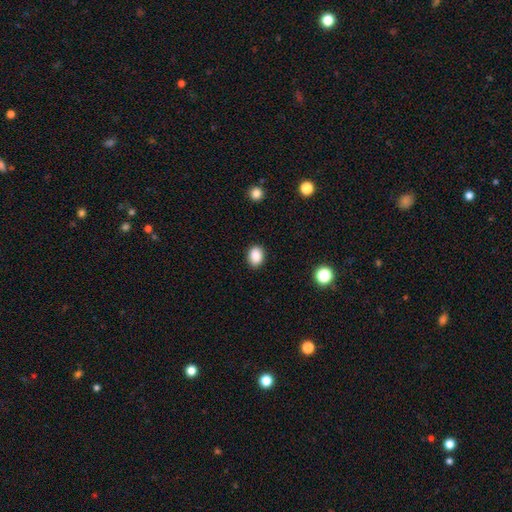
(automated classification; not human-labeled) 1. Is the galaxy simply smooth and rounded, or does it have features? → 88% smooth, 9% star or artifact, 3% featured or disk.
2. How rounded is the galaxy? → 69% in between, 30% round, 1% cigar-shaped.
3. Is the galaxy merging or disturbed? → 88% none, 9% minor disturbance, 2% major disturbance, 1% merger.